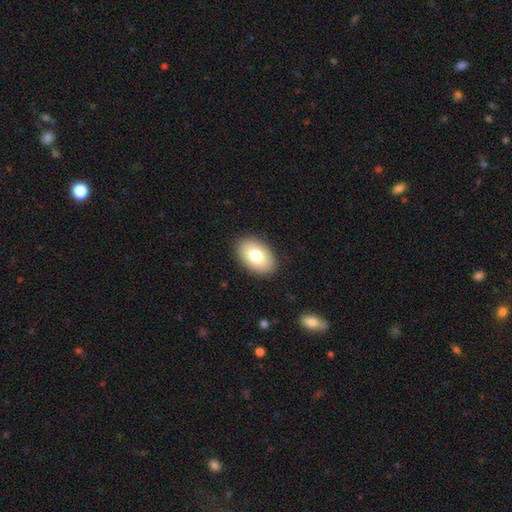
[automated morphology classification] smooth 77%, featured or disk 16%, star or artifact 7%. Down the decision tree: how rounded — in between (90%); merging — none (89%).